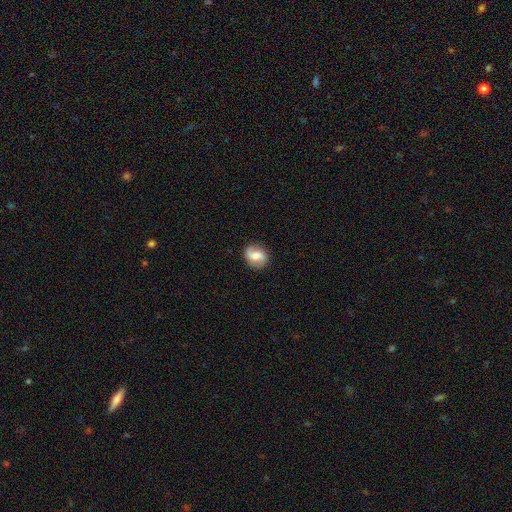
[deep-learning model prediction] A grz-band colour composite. It shows a smooth galaxy with no disk features (53%) that is round (62%). Merging: none (83%).